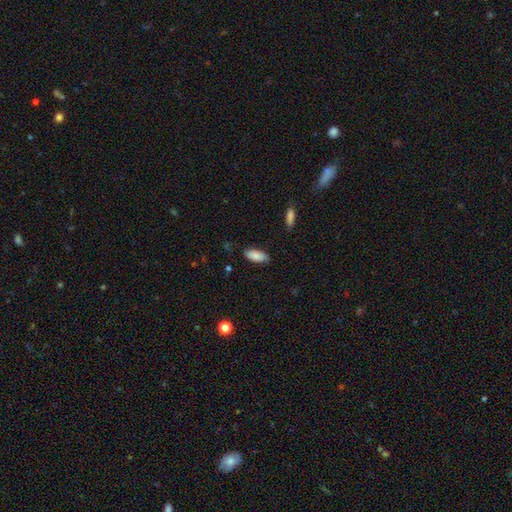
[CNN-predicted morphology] type=smooth (85%); roundness=in between (89%); merging=none (83%).